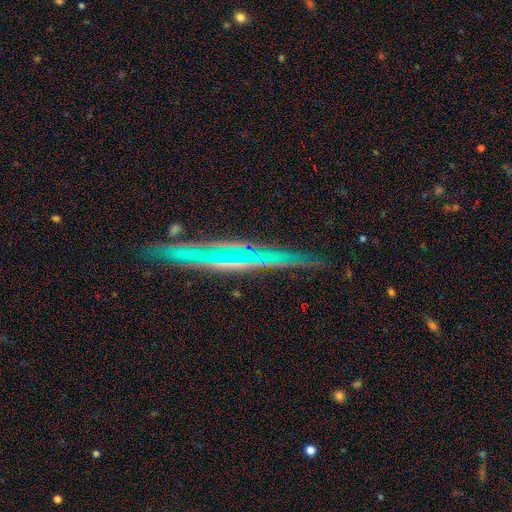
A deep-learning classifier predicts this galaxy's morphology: smooth_or_featured: featured or disk (p=0.56) [alt: smooth p=0.24]
disk_edge_on: yes (p=0.82) [alt: no p=0.18]
merging: none (p=0.83) [alt: minor disturbance p=0.12]